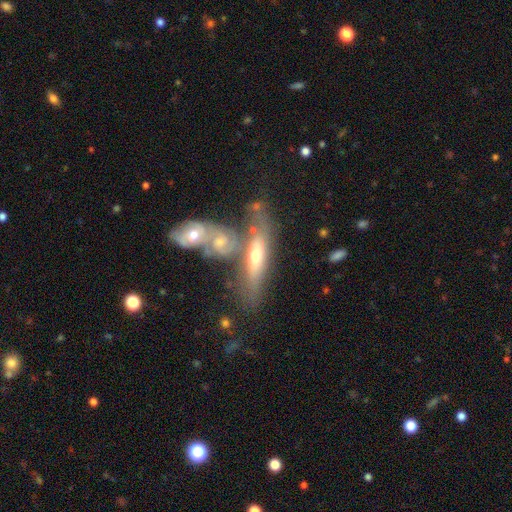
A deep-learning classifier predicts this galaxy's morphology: smooth-or-featured: featured or disk: 62% | smooth: 30% | star or artifact: 8%
  disk-edge-on: yes: 66% | no: 34%
  merging: none: 41% | merger: 38% | minor disturbance: 14% | major disturbance: 6%